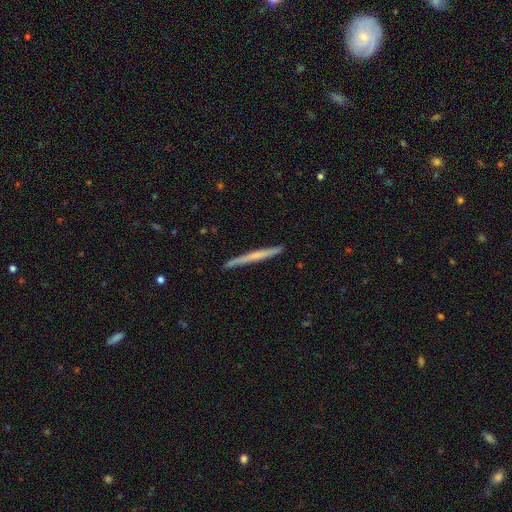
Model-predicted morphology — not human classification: type=featured or disk (52%); edge-on=yes (97%); edge-on bulge=none (66%); merging=none (89%).